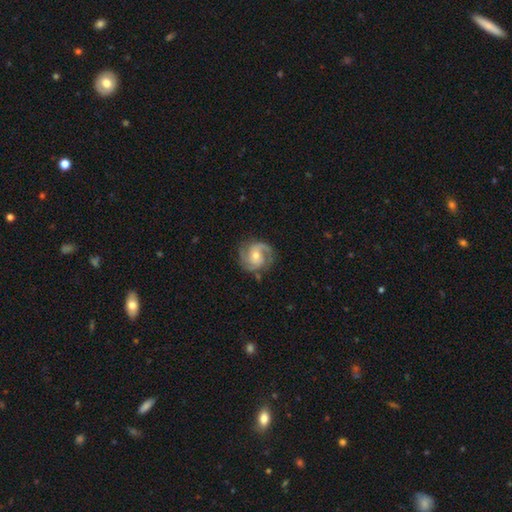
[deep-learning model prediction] Smooth or featured? featured or disk (84%)
Edge-on disk? no (98%)
Bar? no (58%)
Spiral arms? yes (97%)
Spiral winding? medium (49%)
Spiral arm count? 2 (69%)
Bulge size? moderate (56%)
Merging? none (76%)